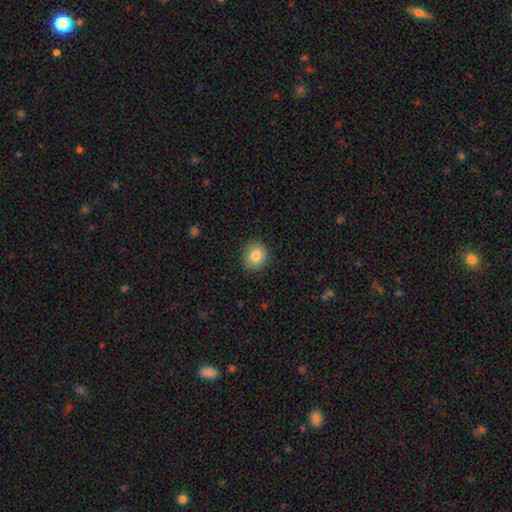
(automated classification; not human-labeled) Smooth or featured? Predicted: smooth (p=0.83). How rounded? Predicted: round (p=0.80). Merging? Predicted: none (p=0.88).